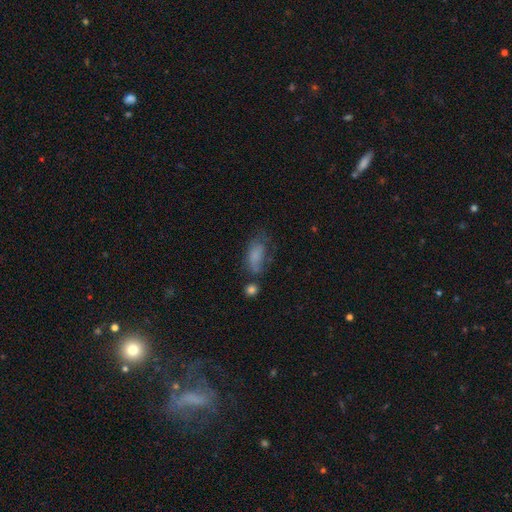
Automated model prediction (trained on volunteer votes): This is likely a smooth galaxy (72%). How rounded: clearly in between (86%). Merging: marginally none (41%).